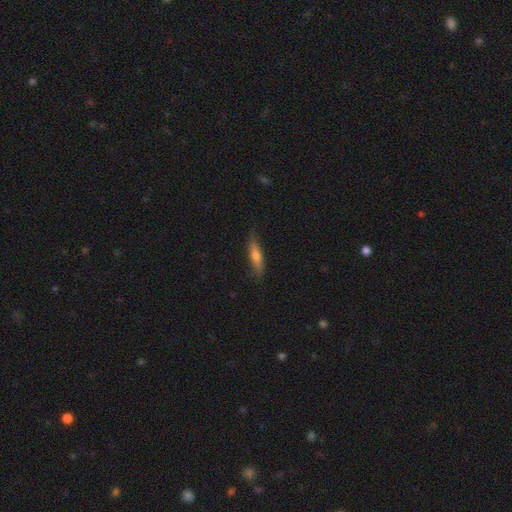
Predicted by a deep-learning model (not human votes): A smooth galaxy with no disk features (59%) that is cigar-shaped (79%). Merging: none (80%).